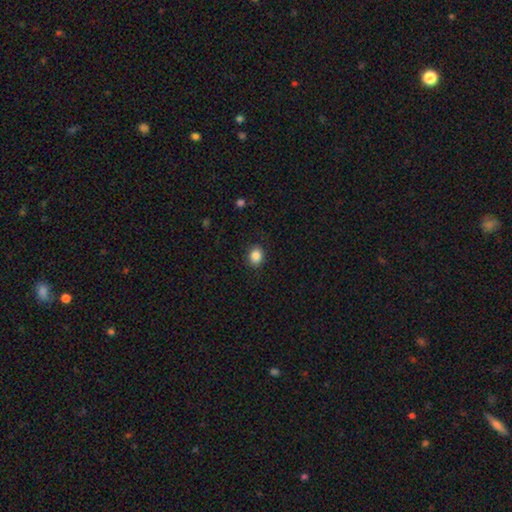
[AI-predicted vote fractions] Morphology: type=smooth (86%); roundness=round (52%); merging=none (89%).